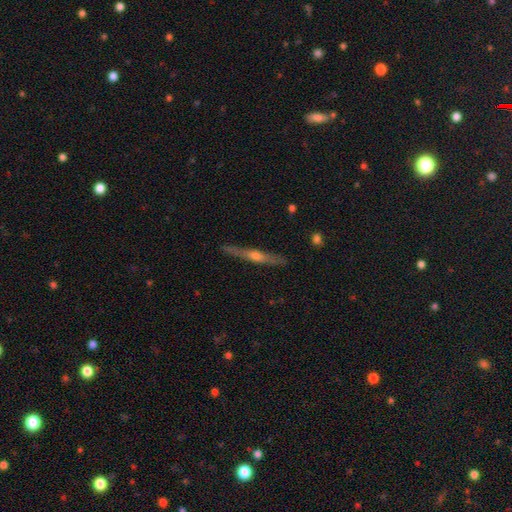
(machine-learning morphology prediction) Overall: featured or disk (74%). Edge-on disk: yes (97%). Edge-on bulge: rounded (83%). Merging: none (89%).